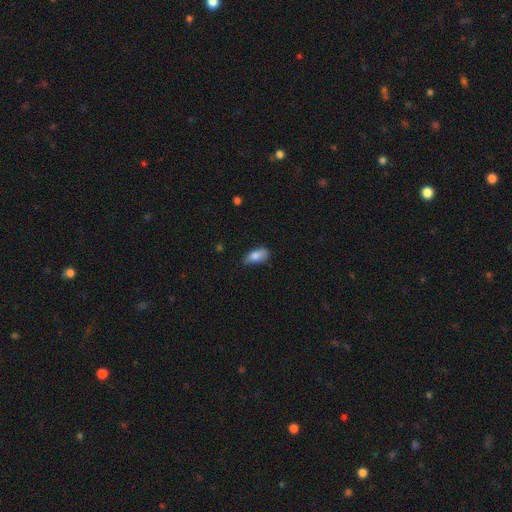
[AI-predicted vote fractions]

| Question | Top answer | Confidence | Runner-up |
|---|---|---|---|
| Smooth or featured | smooth | 83% | featured or disk (10%) |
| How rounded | in between | 87% | cigar-shaped (10%) |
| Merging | none | 63% | minor disturbance (30%) |